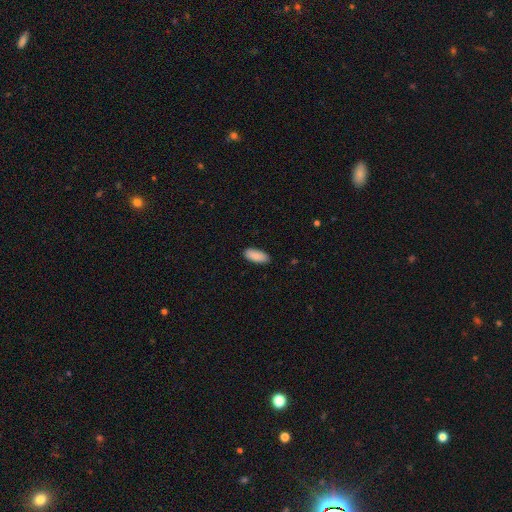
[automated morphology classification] A smooth galaxy with no disk features (90%) that is in between round and cigar-shaped (85%). Merging: none (87%).